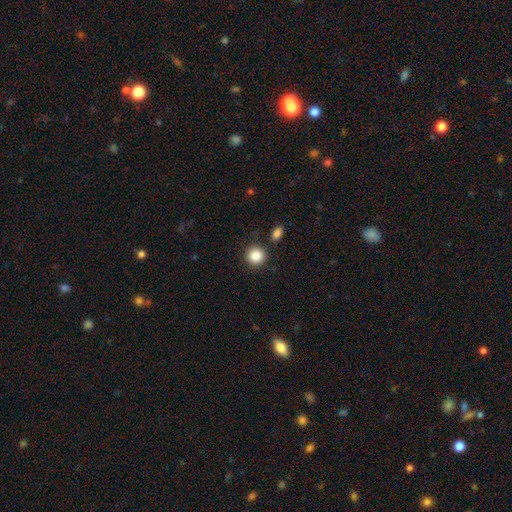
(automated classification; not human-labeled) Overall: smooth (87%). How rounded: round (92%). Merging: none (86%).